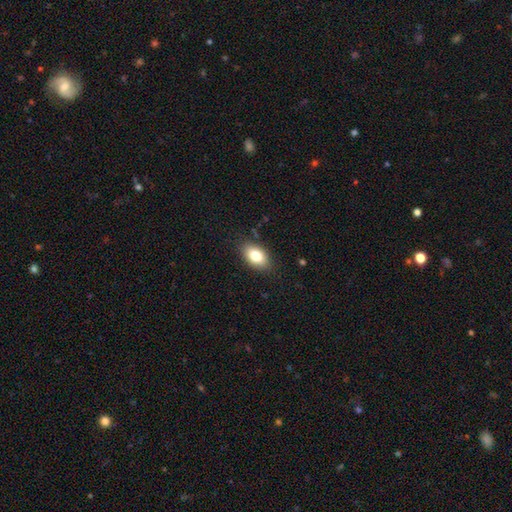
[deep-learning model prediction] The model was most divided on "smooth or featured": smooth: 82%, featured or disk: 10%, star or artifact: 8%. More confident: how rounded — in between (90%); merging — none (85%).